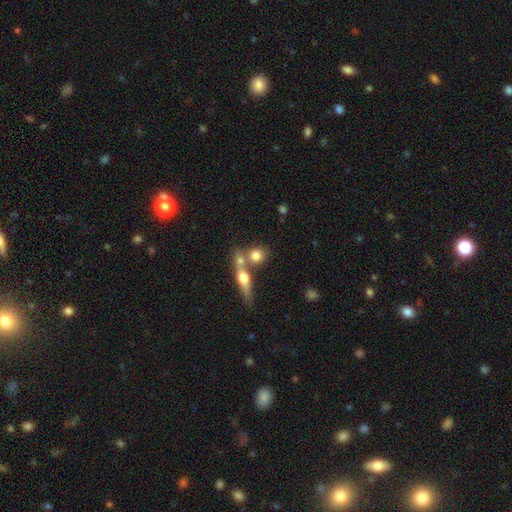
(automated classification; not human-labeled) A smooth galaxy with no disk features (71%) that is round (63%). Merging: merger (46%).